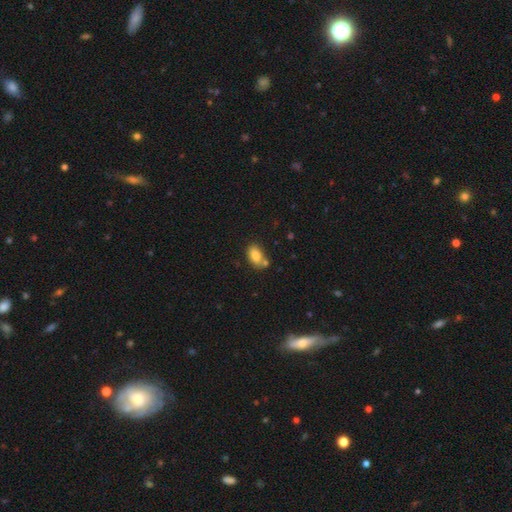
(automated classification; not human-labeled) Morphology: type=smooth (82%); roundness=in between (89%); merging=none (62%).